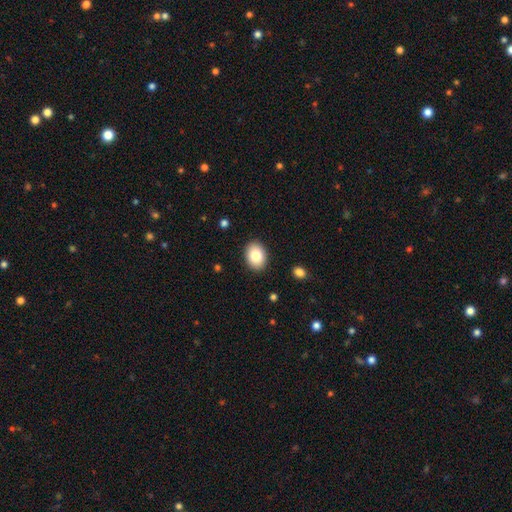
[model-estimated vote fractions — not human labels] This appears to be a smooth galaxy with no disk features (84%) that is in between round and cigar-shaped (75%). Merging: none (89%).